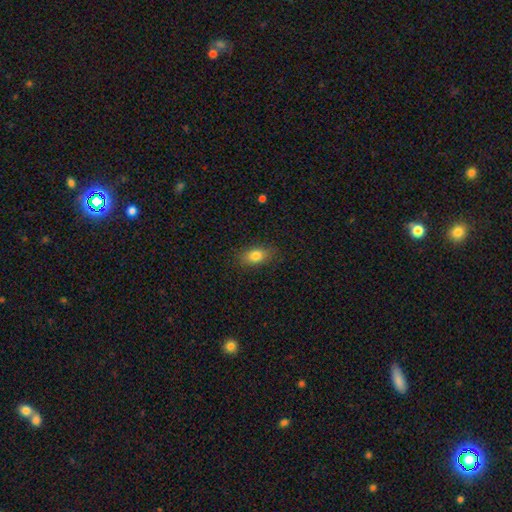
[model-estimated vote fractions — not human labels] Smooth or featured?
  - smooth: 81% *
  - featured or disk: 9%
  - star or artifact: 9%
How rounded?
  - in between: 82% *
  - round: 12%
  - cigar-shaped: 5%
Merging?
  - none: 84% *
  - minor disturbance: 12%
  - major disturbance: 3%
  - merger: 1%